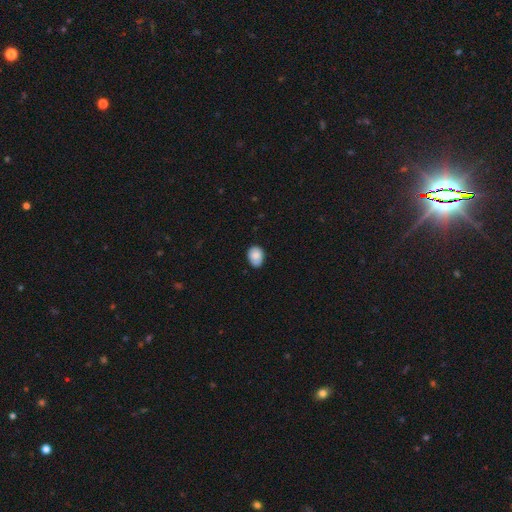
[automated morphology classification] Smooth or featured: smooth — 81% (featured or disk — 11%)
How rounded: in between — 66% (round — 33%)
Merging: none — 74% (minor disturbance — 22%)